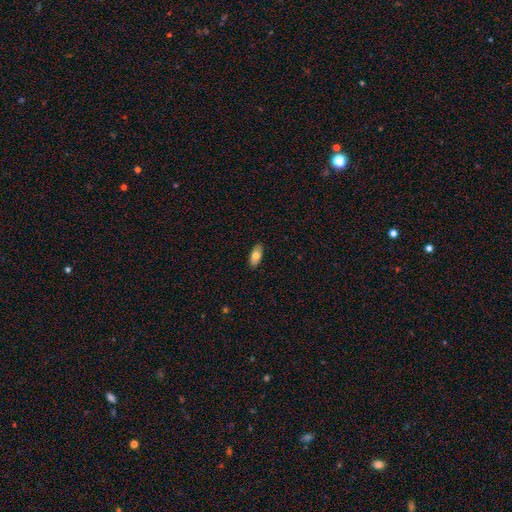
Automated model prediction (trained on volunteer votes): Morphology: type=smooth (76%); roundness=in between (89%); merging=none (89%).